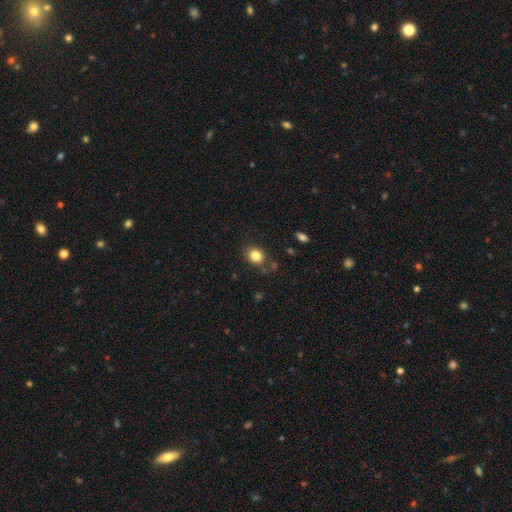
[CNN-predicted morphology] smooth 83%, star or artifact 11%, featured or disk 6%. Down the decision tree: how rounded — round (71%); merging — none (80%).